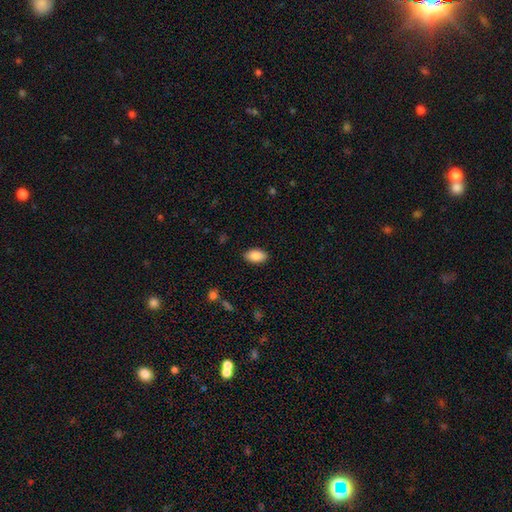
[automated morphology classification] smooth 88%, star or artifact 7%, featured or disk 5%. Down the decision tree: how rounded — in between (93%); merging — none (88%).